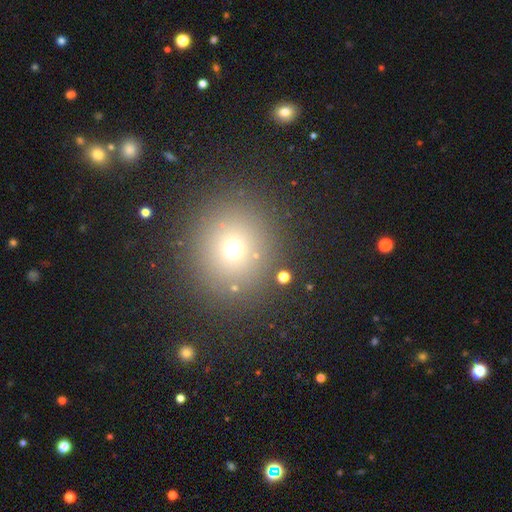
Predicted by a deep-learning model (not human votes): smooth 66%, star or artifact 24%, featured or disk 10%. Down the decision tree: how rounded — round (89%); merging — none (86%).